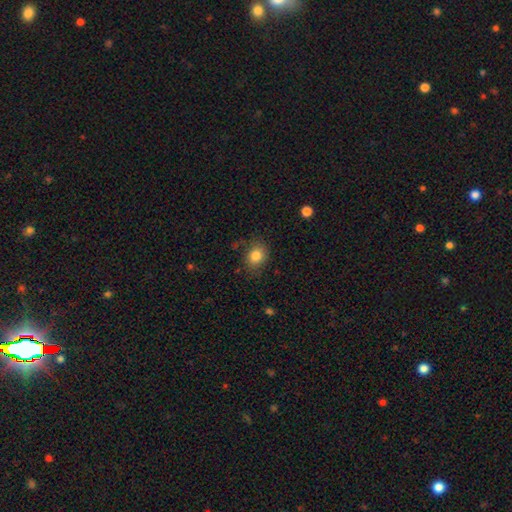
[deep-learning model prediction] Smooth or featured? Predicted: smooth (p=0.82). How rounded? Predicted: round (p=0.54). Merging? Predicted: none (p=0.78).